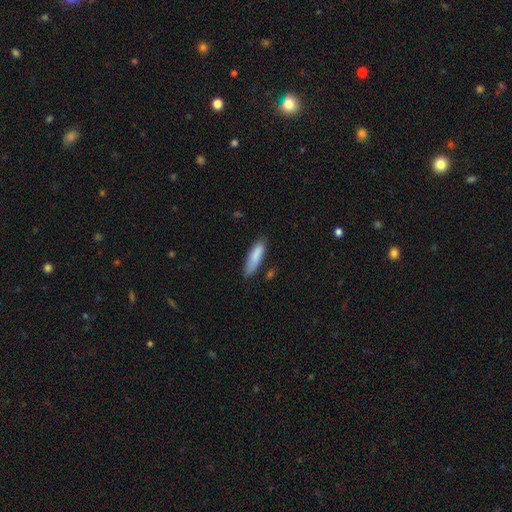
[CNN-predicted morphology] Overall: smooth (86%). How rounded: cigar-shaped (58%; in between 40%). Merging: none (73%).